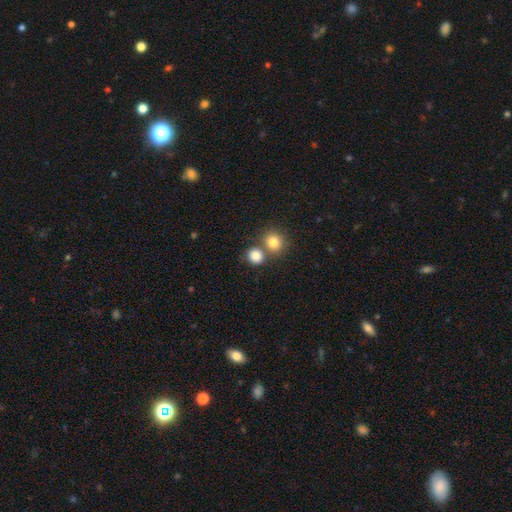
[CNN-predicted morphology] type=smooth (84%); roundness=round (81%); merging=none (57%).